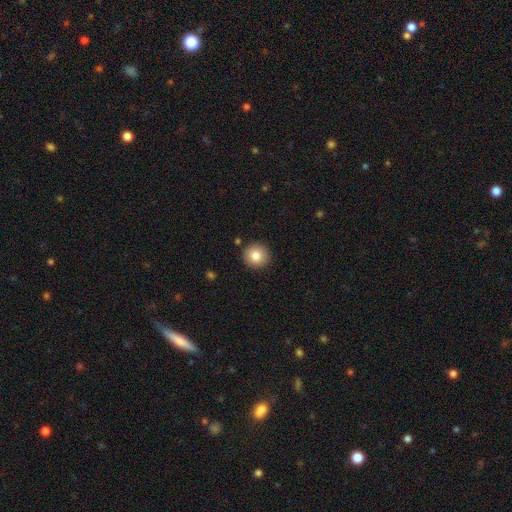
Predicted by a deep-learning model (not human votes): A smooth galaxy with no disk features (83%) that is round (94%). Merging: none (89%).